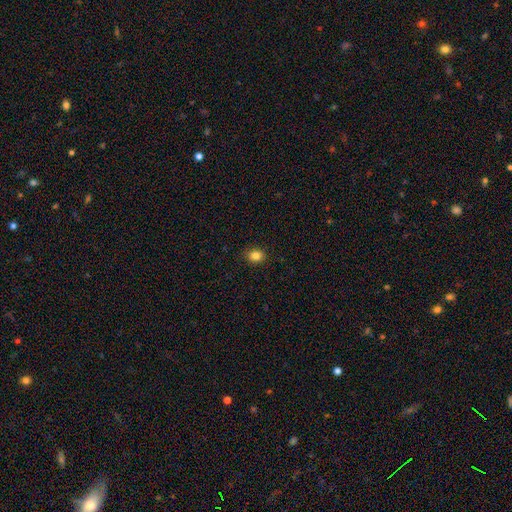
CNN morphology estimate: A smooth galaxy with no disk features (84%) that is round (58%). Merging: none (90%).